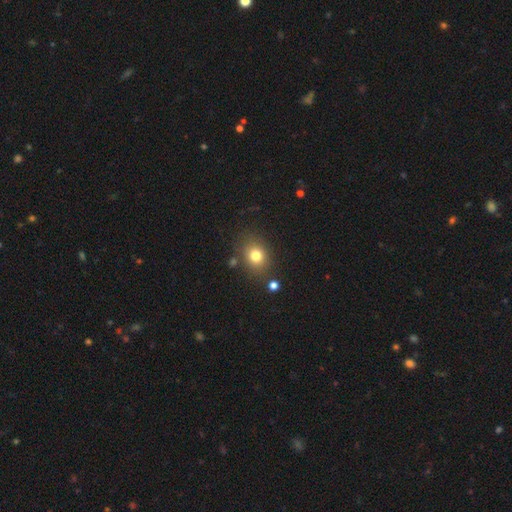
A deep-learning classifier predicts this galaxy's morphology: The model was most divided on "how rounded": round: 60%, in between: 39%, cigar-shaped: 1%. More confident: merging — none (80%); smooth or featured — smooth (78%).